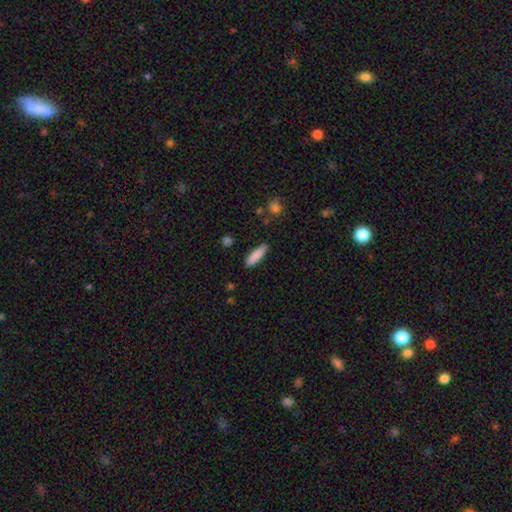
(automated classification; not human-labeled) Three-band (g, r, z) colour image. It shows a smooth galaxy with no disk features (87%) that is cigar-shaped (62%). Merging: none (86%).